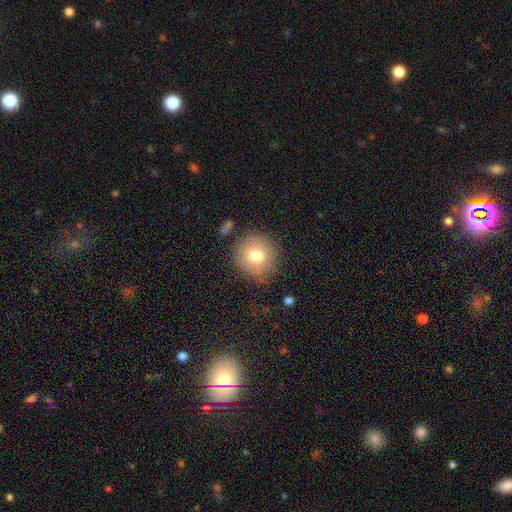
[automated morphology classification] This is likely a smooth galaxy (77%). How rounded: clearly round (94%). Merging: clearly none (84%).